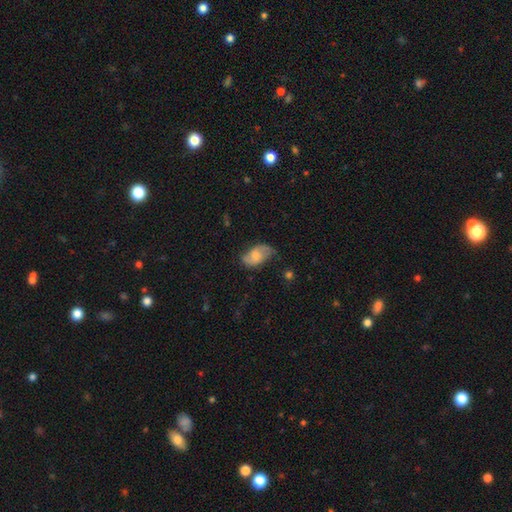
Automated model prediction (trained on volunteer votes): Smooth or featured?
  - featured or disk: 51% *
  - smooth: 42%
  - star or artifact: 7%
Edge-on disk?
  - no: 95% *
  - yes: 5%
Merging?
  - none: 64% *
  - minor disturbance: 26%
  - major disturbance: 8%
  - merger: 2%